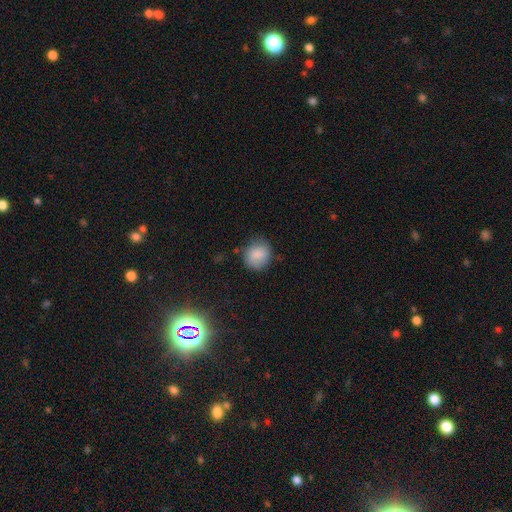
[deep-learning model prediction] This appears to be a smooth galaxy with no disk features (84%) that is round (78%). Merging: none (72%).